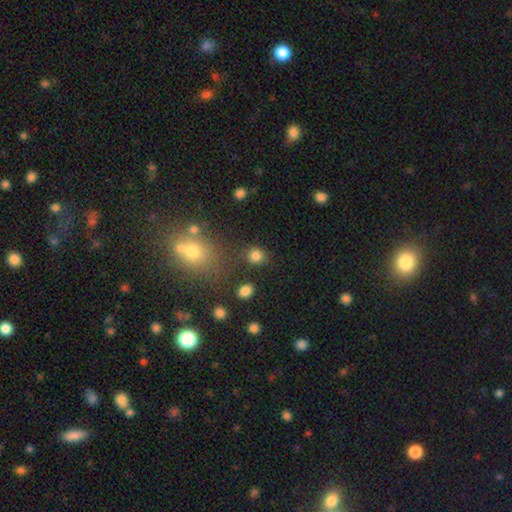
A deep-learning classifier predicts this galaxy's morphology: Q: Smooth or featured?
A: smooth (83%); runner-up: star or artifact (12%)
Q: How rounded?
A: round (80%); runner-up: in between (18%)
Q: Merging?
A: none (82%); runner-up: minor disturbance (9%)